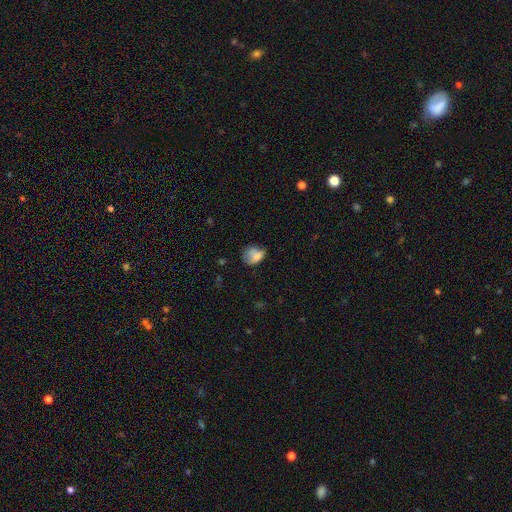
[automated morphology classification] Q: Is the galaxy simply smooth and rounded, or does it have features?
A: smooth — 71%.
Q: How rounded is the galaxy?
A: in between — 57%.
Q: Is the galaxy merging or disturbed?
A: none — 38%.